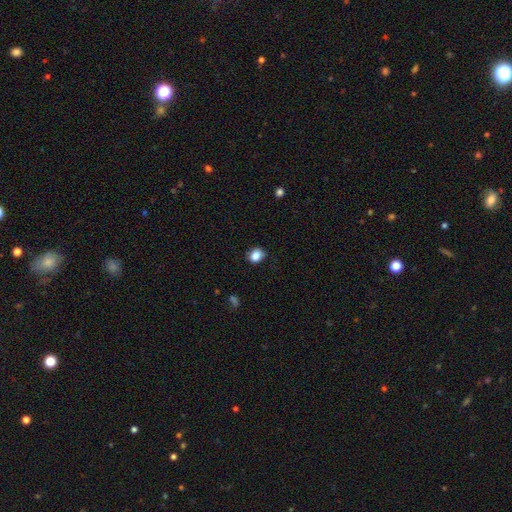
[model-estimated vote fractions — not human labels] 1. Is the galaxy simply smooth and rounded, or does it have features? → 86% smooth, 10% star or artifact, 5% featured or disk.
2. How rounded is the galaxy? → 55% round, 44% in between, 1% cigar-shaped.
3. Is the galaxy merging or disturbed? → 82% none, 14% minor disturbance, 3% major disturbance, 1% merger.